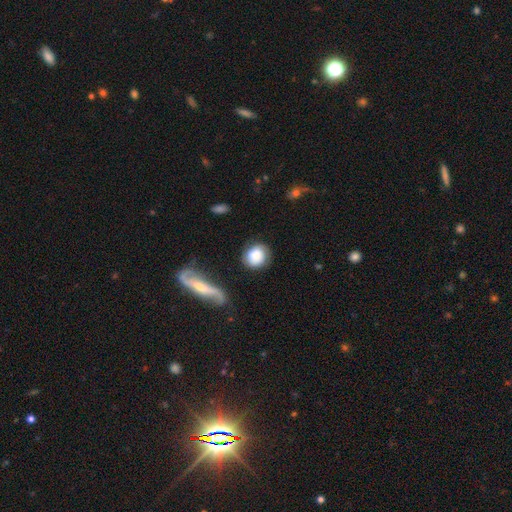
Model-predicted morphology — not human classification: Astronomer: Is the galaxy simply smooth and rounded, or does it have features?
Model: smooth — 67%.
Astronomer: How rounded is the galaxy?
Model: round — 75%.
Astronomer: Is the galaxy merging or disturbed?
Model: none — 66%.